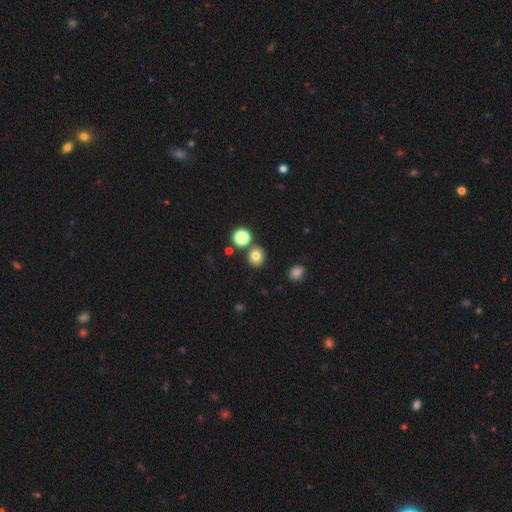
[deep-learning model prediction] A smooth galaxy with no disk features (78%) that is round (81%). Merging: none (81%).